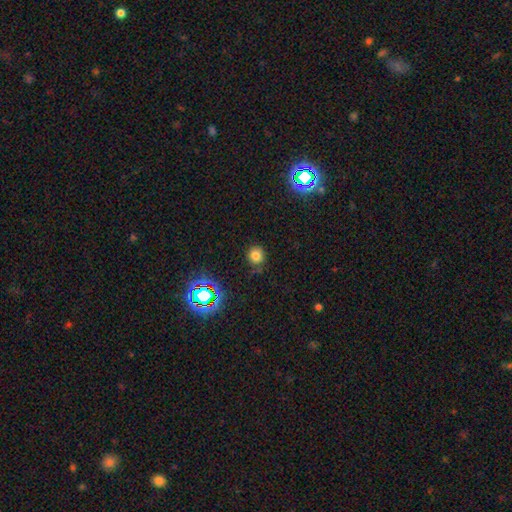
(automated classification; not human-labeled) Morphology: type=smooth (75%); roundness=round (86%); merging=none (77%).